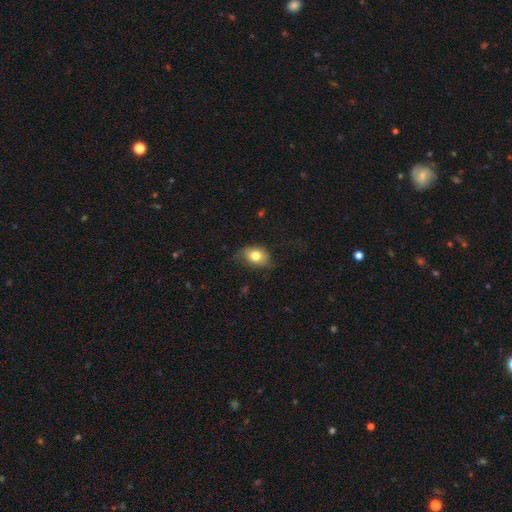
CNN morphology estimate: smooth 77%, featured or disk 14%, star or artifact 9%. Down the decision tree: how rounded — in between (71%); merging — none (65%).